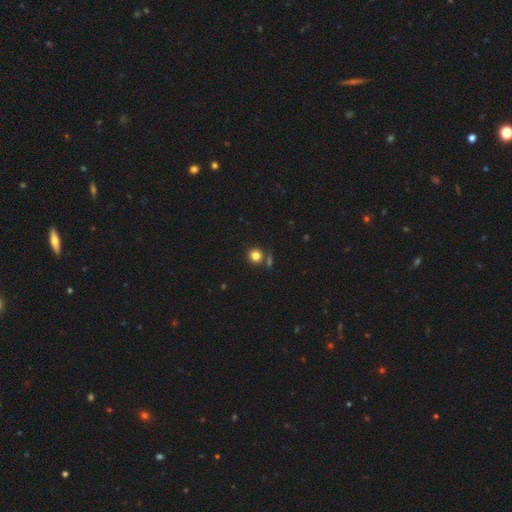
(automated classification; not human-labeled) Overall: smooth (82%). How rounded: round (91%). Merging: none (75%).